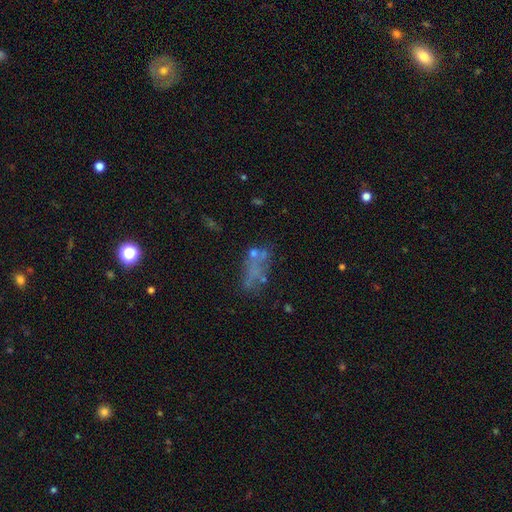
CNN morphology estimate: smooth_or_featured: smooth (p=0.41) [alt: featured or disk p=0.36]
merging: none (p=0.42) [alt: major disturbance p=0.22]